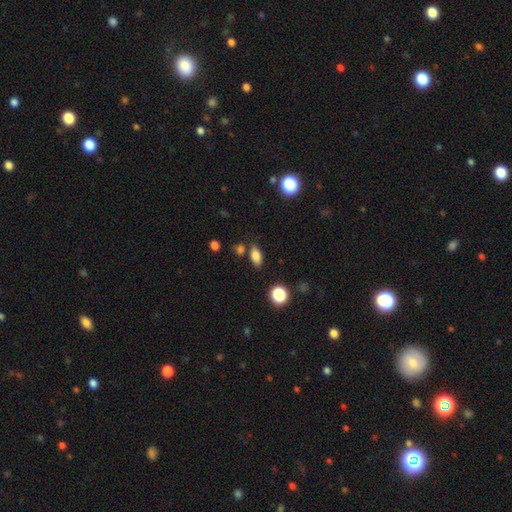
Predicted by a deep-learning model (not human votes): The model was most divided on "merging": none: 78%, minor disturbance: 12%, merger: 7%, major disturbance: 3%. More confident: how rounded — in between (86%); smooth or featured — smooth (82%).